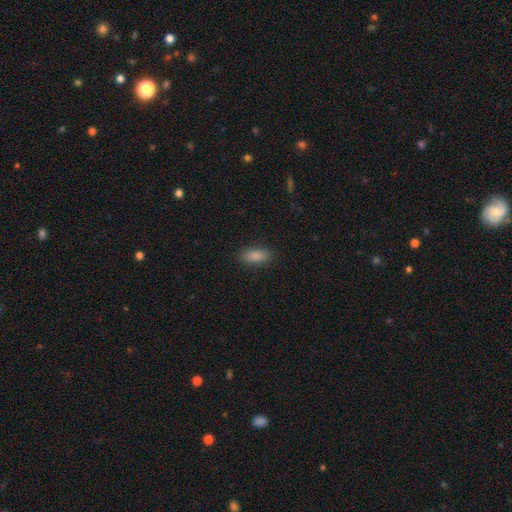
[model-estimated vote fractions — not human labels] Smooth or featured? Predicted: smooth (p=0.88). How rounded? Predicted: in between (p=0.85). Merging? Predicted: none (p=0.88).